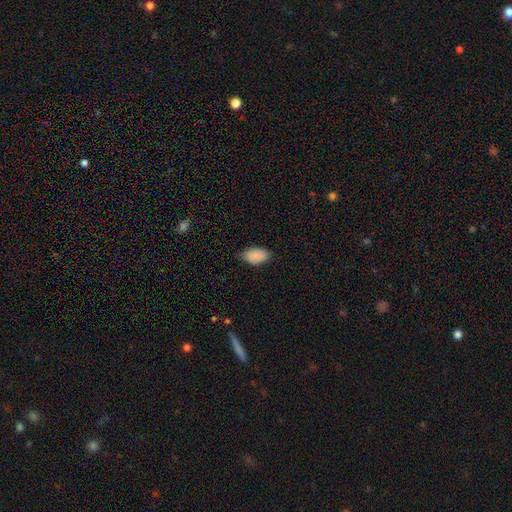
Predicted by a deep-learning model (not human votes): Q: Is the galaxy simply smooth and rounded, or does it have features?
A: smooth — 88%.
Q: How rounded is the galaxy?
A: in between — 92%.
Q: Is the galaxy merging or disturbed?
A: none — 70%.